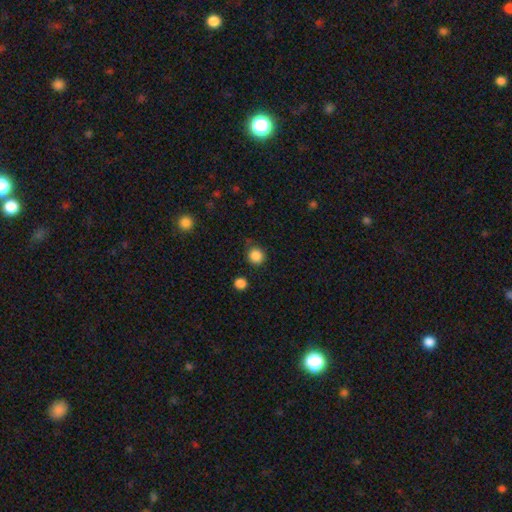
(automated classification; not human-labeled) Smooth or featured? smooth (86%)
How rounded? round (92%)
Merging? none (83%)